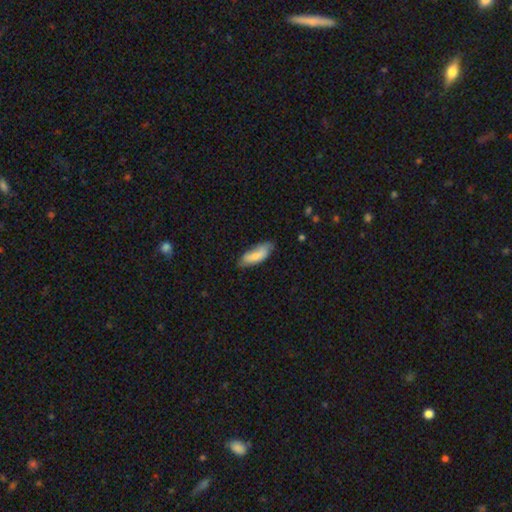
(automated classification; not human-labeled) smooth-or-featured: smooth: 77% | featured or disk: 17% | star or artifact: 6%
  how-rounded: in between: 70% | cigar-shaped: 28% | round: 2%
  merging: none: 63% | minor disturbance: 29% | major disturbance: 6% | merger: 2%